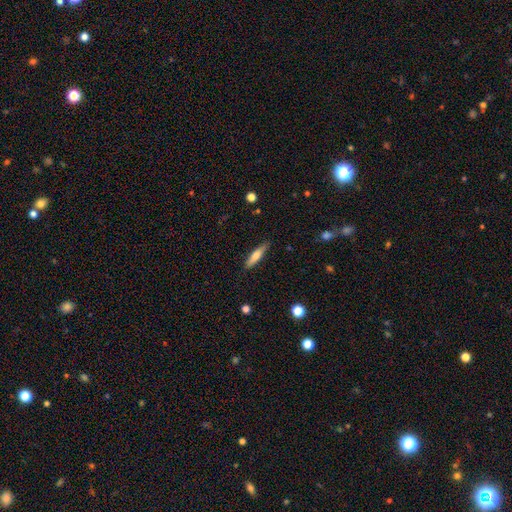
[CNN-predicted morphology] Overall: smooth (64%; featured or disk 30%). How rounded: cigar-shaped (83%). Merging: none (86%).